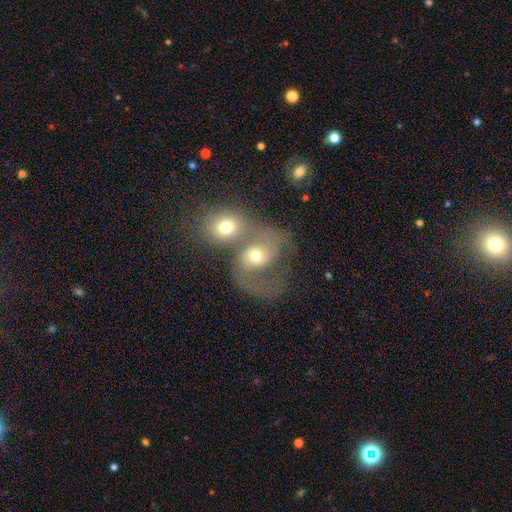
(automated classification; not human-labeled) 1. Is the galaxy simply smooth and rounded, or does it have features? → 55% featured or disk, 36% smooth, 9% star or artifact.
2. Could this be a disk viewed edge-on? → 97% no, 3% yes.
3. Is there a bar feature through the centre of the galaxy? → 72% no, 23% weak, 6% strong.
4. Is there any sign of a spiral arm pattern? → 74% yes, 26% no.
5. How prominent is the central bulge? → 61% moderate, 24% small, 10% large, 2% dominant, 2% none.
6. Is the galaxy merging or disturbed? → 71% merger, 14% none, 9% major disturbance, 6% minor disturbance.